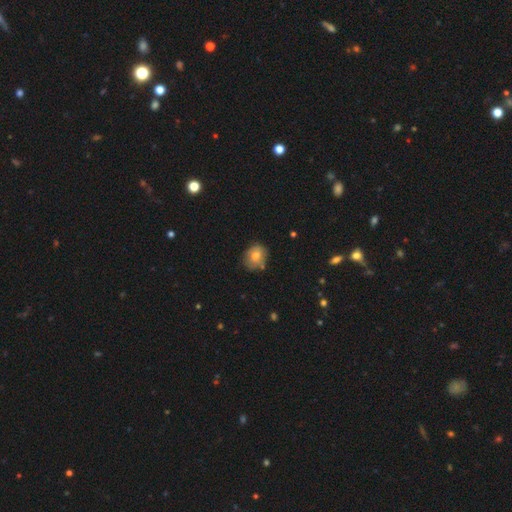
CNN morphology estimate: smooth_or_featured: smooth (p=0.75) [alt: featured or disk p=0.15]
how_rounded: round (p=0.66) [alt: in between p=0.33]
merging: none (p=0.70) [alt: minor disturbance p=0.21]